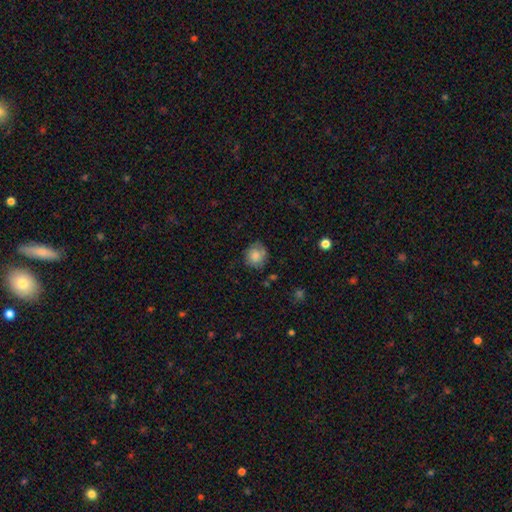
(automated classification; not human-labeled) A smooth galaxy with no disk features (79%) that is round (84%). Merging: none (71%).